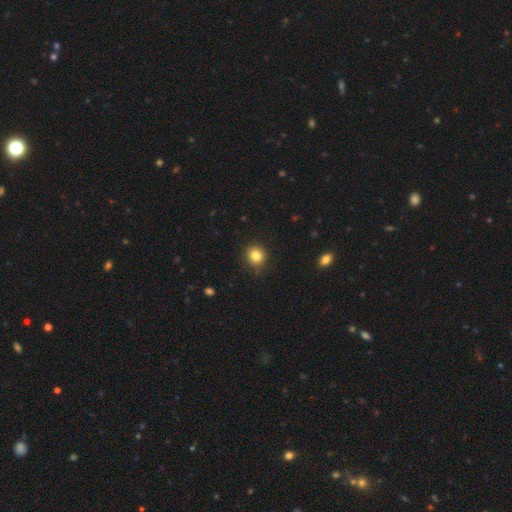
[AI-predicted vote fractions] Smooth or featured? smooth (83%)
How rounded? round (84%)
Merging? none (84%)